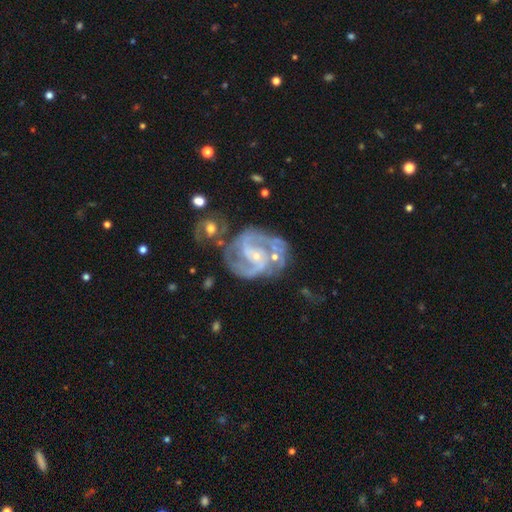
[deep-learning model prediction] Smooth or featured?
  - featured or disk: 90% *
  - star or artifact: 5%
  - smooth: 4%
Edge-on disk?
  - no: 98% *
  - yes: 2%
Bar?
  - no: 48% *
  - weak: 35%
  - strong: 17%
Spiral arms?
  - yes: 97% *
  - no: 3%
Spiral winding?
  - medium: 51% *
  - tight: 37%
  - loose: 12%
Spiral arm count?
  - 2: 63% *
  - 3: 18%
  - can't tell: 9%
  - 4: 4%
  - 1: 3%
  - more than 4: 3%
Bulge size?
  - small: 78% *
  - moderate: 18%
  - none: 2%
  - large: 1%
  - dominant: 1%
Merging?
  - none: 50% *
  - minor disturbance: 20%
  - merger: 19%
  - major disturbance: 12%